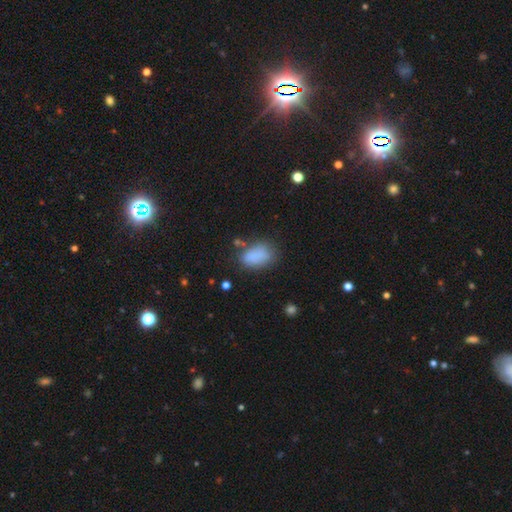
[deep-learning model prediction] Morphology: type=smooth (84%); roundness=in between (87%); merging=none (64%).